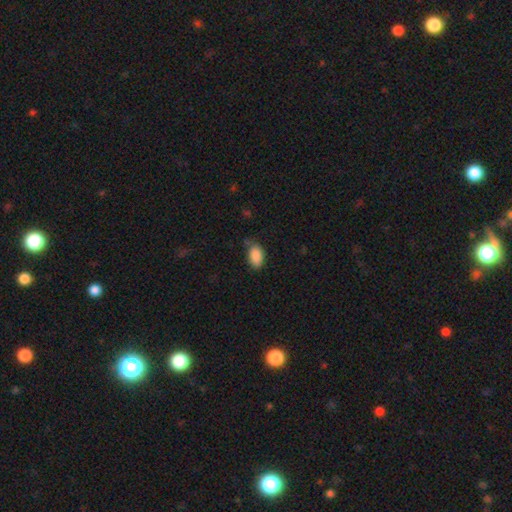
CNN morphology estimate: Overall: smooth (88%). How rounded: in between (92%). Merging: none (69%).